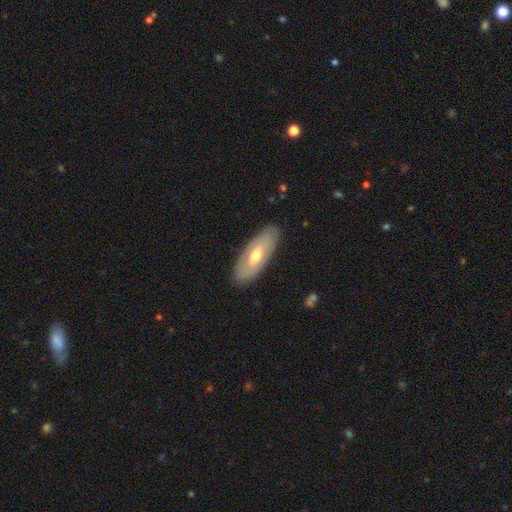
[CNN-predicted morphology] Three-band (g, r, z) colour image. It shows a featured or disk galaxy (53%). Merging: none (86%).